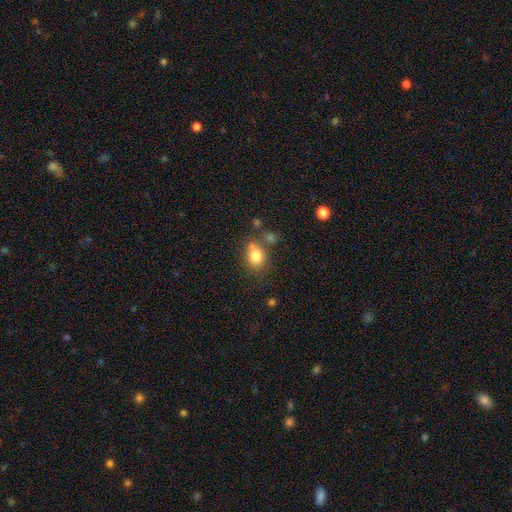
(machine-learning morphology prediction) Smooth or featured? smooth (80%)
How rounded? round (56%)
Merging? none (57%)